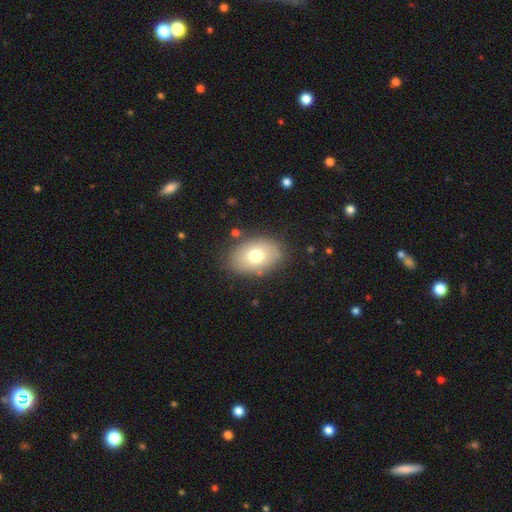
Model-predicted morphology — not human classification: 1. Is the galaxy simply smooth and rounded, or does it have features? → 74% smooth, 18% featured or disk, 9% star or artifact.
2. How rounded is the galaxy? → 84% in between, 15% round, 1% cigar-shaped.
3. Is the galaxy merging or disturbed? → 82% none, 12% minor disturbance, 4% major disturbance, 2% merger.